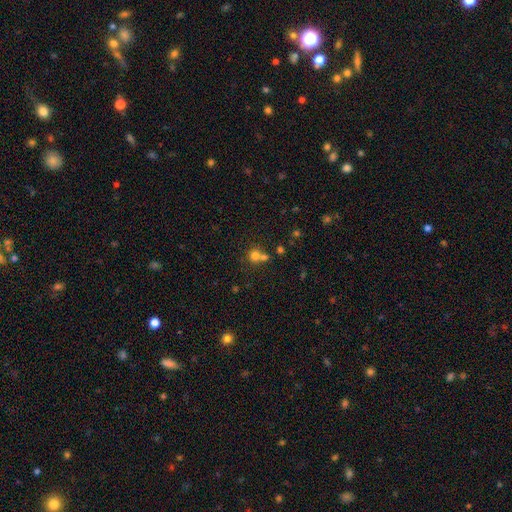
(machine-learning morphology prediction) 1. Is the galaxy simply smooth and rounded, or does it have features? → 72% smooth, 17% star or artifact, 12% featured or disk.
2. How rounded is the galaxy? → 87% round, 12% in between, 1% cigar-shaped.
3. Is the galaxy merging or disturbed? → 47% none, 43% merger, 7% minor disturbance, 3% major disturbance.